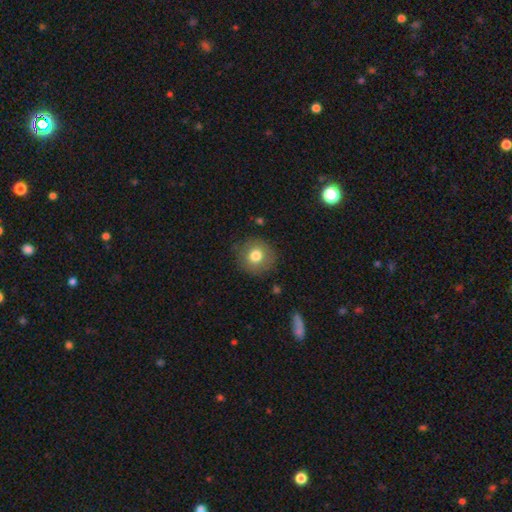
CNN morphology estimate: smooth 78%, featured or disk 13%, star or artifact 10%. Down the decision tree: how rounded — round (92%); merging — none (86%).